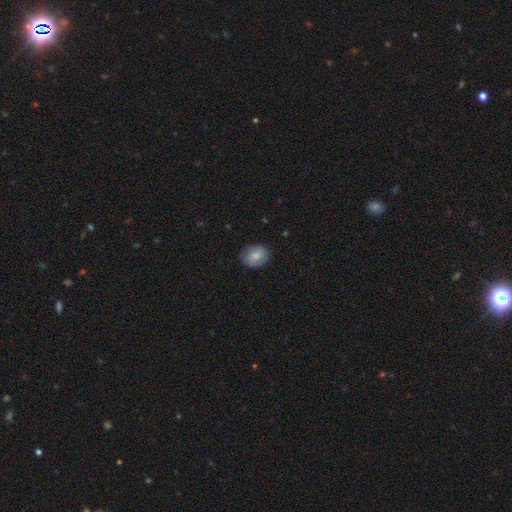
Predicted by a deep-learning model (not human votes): This appears to be a smooth galaxy with no disk features (77%) that is in between round and cigar-shaped (50%). Merging: none (80%).